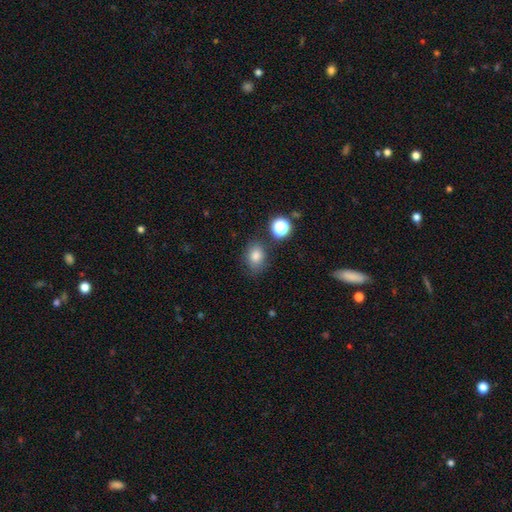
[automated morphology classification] A smooth galaxy with no disk features (79%) that is in between round and cigar-shaped (52%). Merging: none (74%).